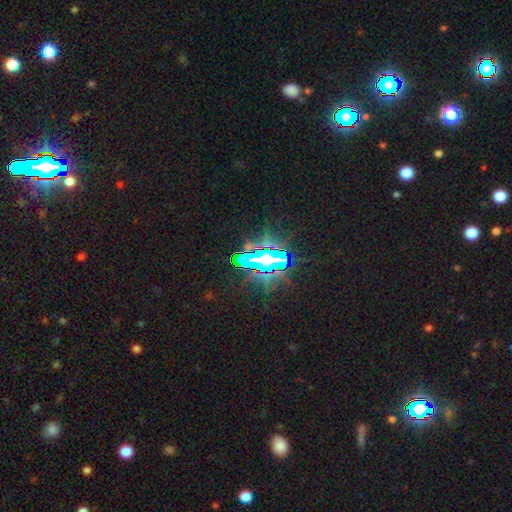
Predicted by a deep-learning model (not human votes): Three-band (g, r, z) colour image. It shows a star or artifact, not a galaxy (77%).